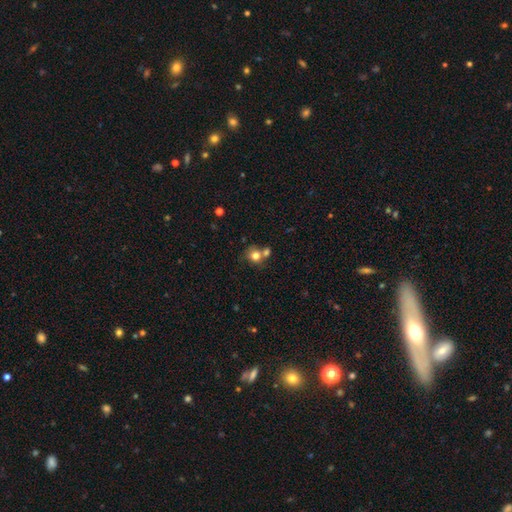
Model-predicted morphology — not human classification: This is likely a smooth galaxy (77%). How rounded: clearly round (82%). Merging: possibly none (47%).